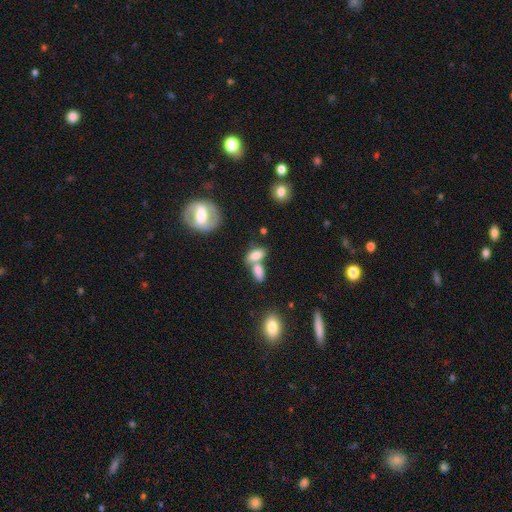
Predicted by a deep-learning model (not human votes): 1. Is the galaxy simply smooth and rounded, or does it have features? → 76% smooth, 15% featured or disk, 8% star or artifact.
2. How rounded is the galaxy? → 84% in between, 9% cigar-shaped, 7% round.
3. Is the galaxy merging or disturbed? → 53% merger, 33% none, 10% minor disturbance, 5% major disturbance.